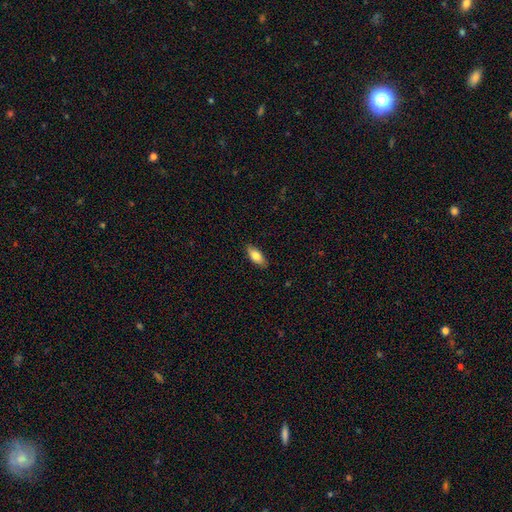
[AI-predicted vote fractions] Smooth or featured: smooth — 80% (featured or disk — 14%)
How rounded: in between — 83% (cigar-shaped — 14%)
Merging: none — 87% (minor disturbance — 10%)